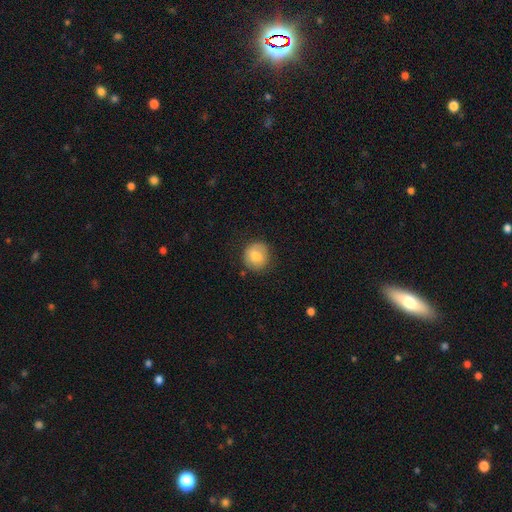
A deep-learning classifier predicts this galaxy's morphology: type=smooth (77%); roundness=round (88%); merging=none (77%).